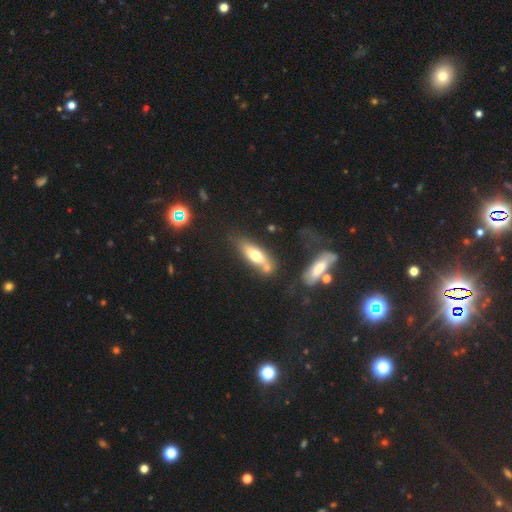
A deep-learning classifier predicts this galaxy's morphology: smooth-or-featured: smooth: 63% | featured or disk: 30% | star or artifact: 7%
  how-rounded: in between: 62% | cigar-shaped: 35% | round: 3%
  merging: none: 54% | merger: 24% | minor disturbance: 16% | major disturbance: 6%